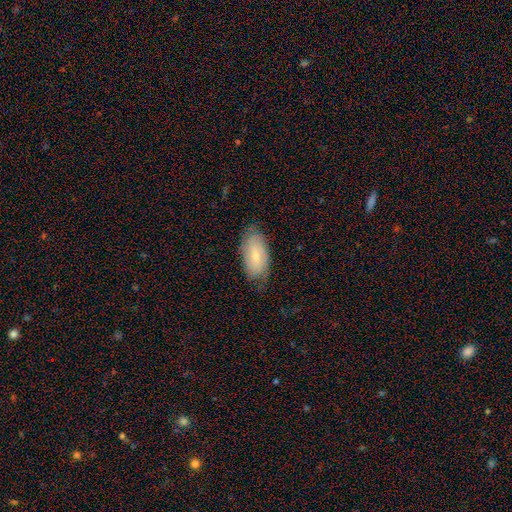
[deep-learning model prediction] Overall: smooth (63%; featured or disk 31%). How rounded: in between (92%). Merging: none (74%).